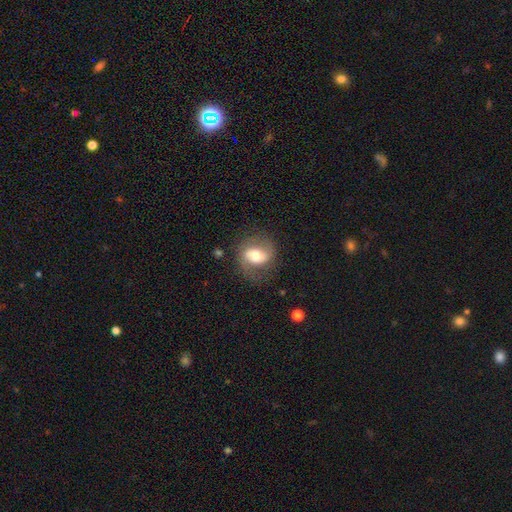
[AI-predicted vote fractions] A featured or disk galaxy (52%). Merging: none (70%).